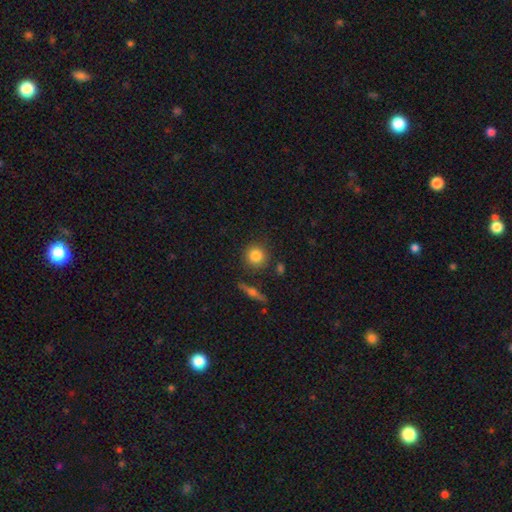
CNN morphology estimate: Smooth or featured?
  - smooth: 82% *
  - featured or disk: 9%
  - star or artifact: 9%
How rounded?
  - round: 90% *
  - in between: 8%
  - cigar-shaped: 2%
Merging?
  - none: 83% *
  - minor disturbance: 9%
  - merger: 5%
  - major disturbance: 3%